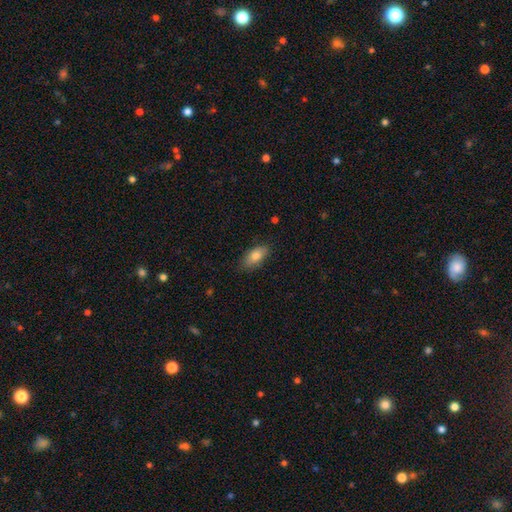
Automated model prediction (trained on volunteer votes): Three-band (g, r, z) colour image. It shows a smooth galaxy with no disk features (79%) that is in between round and cigar-shaped (86%). Merging: none (82%).